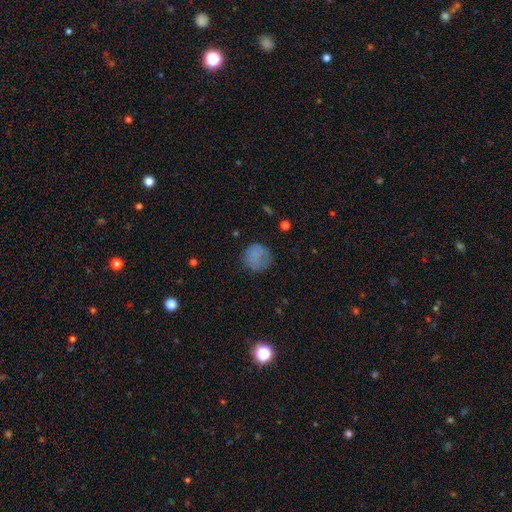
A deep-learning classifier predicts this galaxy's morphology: A smooth galaxy with no disk features (80%) that is round (89%). Merging: none (70%).